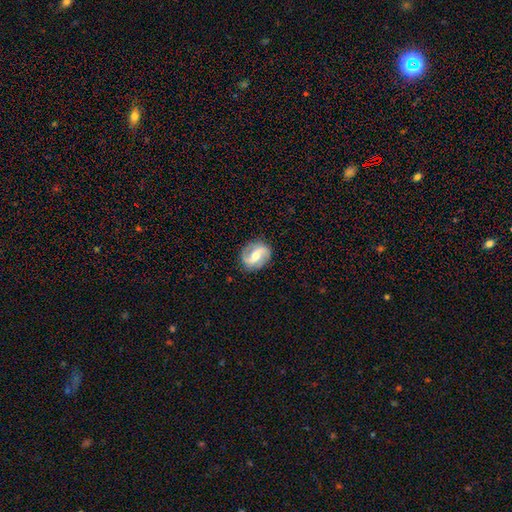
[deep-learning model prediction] Overall: featured or disk (80%). Edge-on disk: no (97%). Bar: strong (41%; weak 40%). Spiral arms: yes (92%). Spiral arm count: 2 (91%). Spiral winding: loose (50%; medium 36%). Bulge size: moderate (66%). Merging: none (85%).